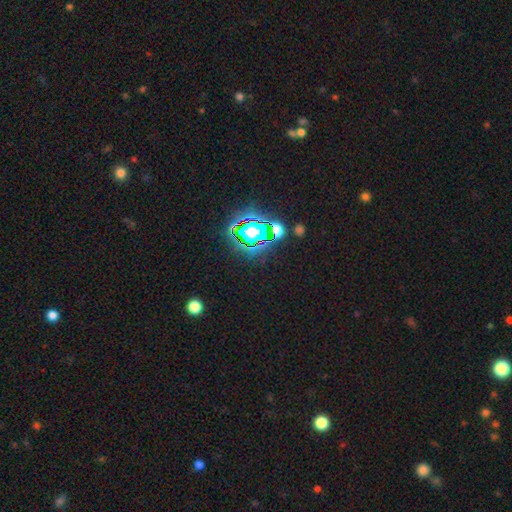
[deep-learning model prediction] The model was most divided on "smooth or featured": star or artifact: 82%, smooth: 11%, featured or disk: 7%.